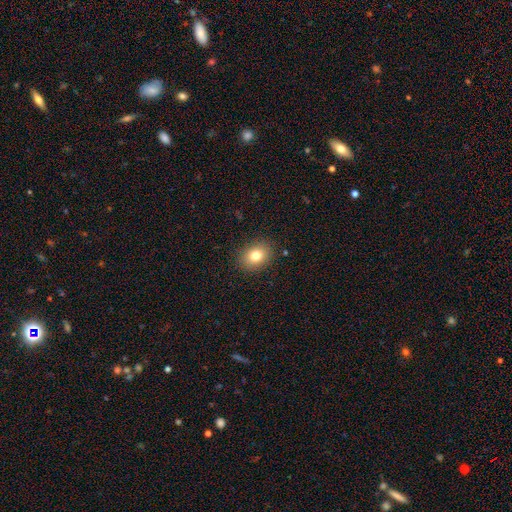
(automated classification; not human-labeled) Smooth or featured?
  - smooth: 80% *
  - star or artifact: 10%
  - featured or disk: 10%
How rounded?
  - in between: 55% *
  - round: 44%
  - cigar-shaped: 1%
Merging?
  - none: 88% *
  - minor disturbance: 8%
  - major disturbance: 3%
  - merger: 1%